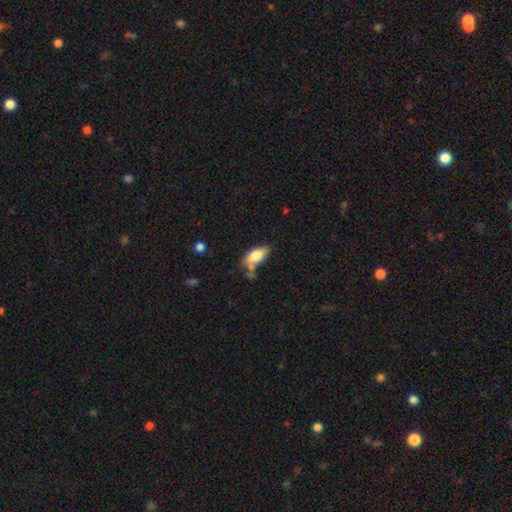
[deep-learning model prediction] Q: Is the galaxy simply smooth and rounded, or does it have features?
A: smooth — 78%.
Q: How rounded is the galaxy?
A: in between — 87%.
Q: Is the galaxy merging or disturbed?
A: none — 52%.